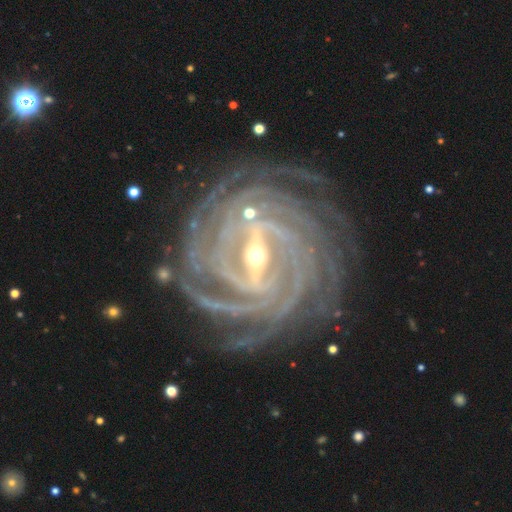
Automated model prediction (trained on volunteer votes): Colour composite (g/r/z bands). It shows a featured or disk galaxy (94%) with a strong bar (72%), more than 4 (39%) tight (86%) spiral arms (99%) and a small central bulge (54%). Merging: none (84%).